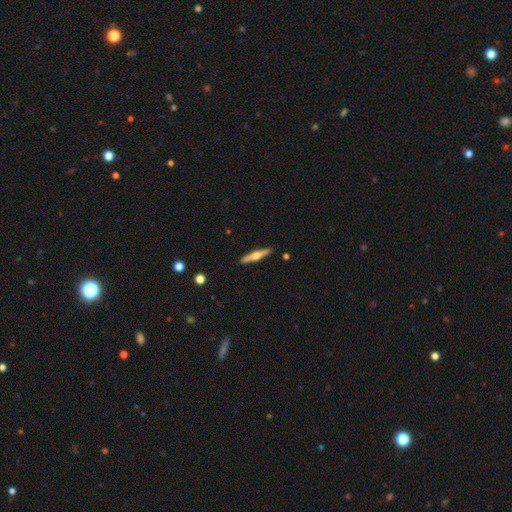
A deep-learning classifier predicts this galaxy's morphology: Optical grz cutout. It shows a featured or disk galaxy (61%) viewed edge-on (97%) with a rounded central bulge (91%). Merging: none (90%).